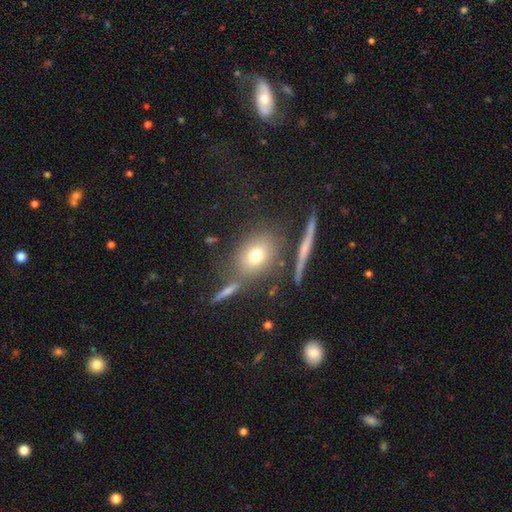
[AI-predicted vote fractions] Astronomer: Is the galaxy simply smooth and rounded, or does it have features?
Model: smooth — 70%.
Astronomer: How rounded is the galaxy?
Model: round — 53% (runner-up: in between, 43%).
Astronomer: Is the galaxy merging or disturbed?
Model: none — 74%.